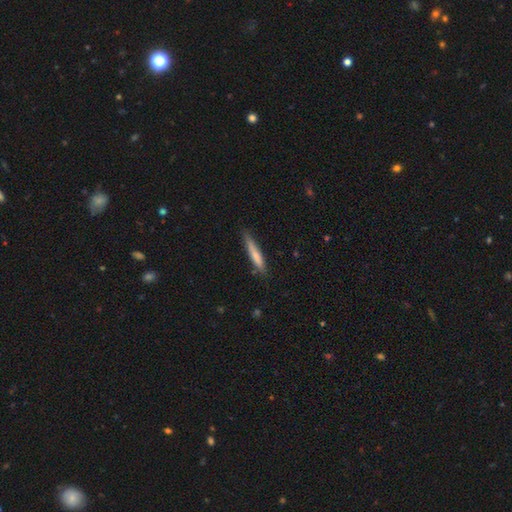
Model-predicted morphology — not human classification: smooth_or_featured: smooth (p=0.72) [alt: featured or disk p=0.23]
how_rounded: cigar-shaped (p=0.92) [alt: in between p=0.07]
merging: none (p=0.78) [alt: minor disturbance p=0.17]